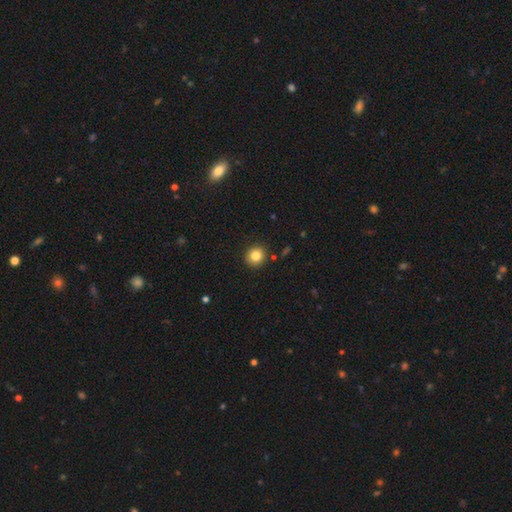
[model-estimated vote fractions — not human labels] Q: Smooth or featured?
A: smooth (83%); runner-up: star or artifact (11%)
Q: How rounded?
A: round (89%); runner-up: in between (10%)
Q: Merging?
A: none (90%); runner-up: minor disturbance (6%)